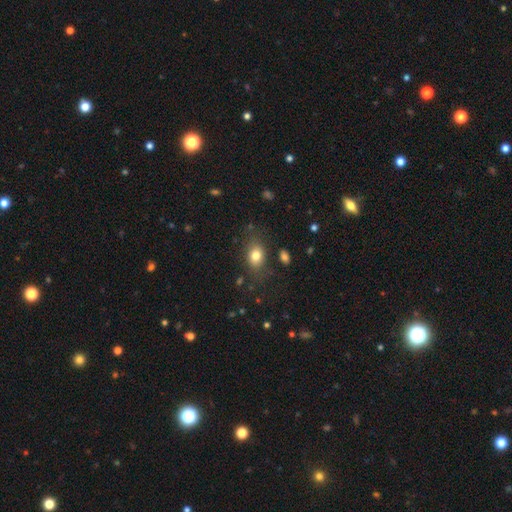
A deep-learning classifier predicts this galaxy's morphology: This appears to be a smooth galaxy with no disk features (79%) that is in between round and cigar-shaped (69%). Merging: none (75%).